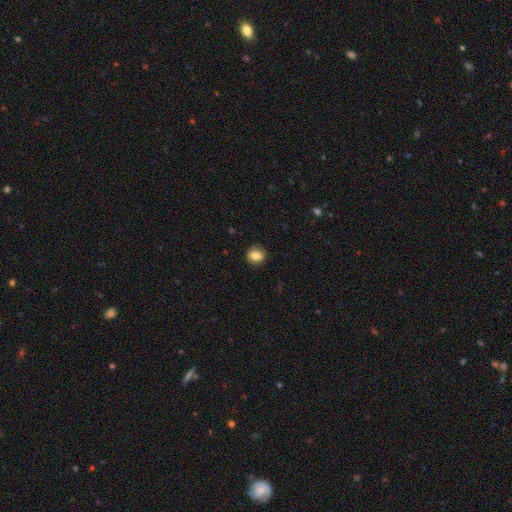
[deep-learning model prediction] This appears to be a smooth galaxy with no disk features (78%) that is round (64%). Merging: none (86%).